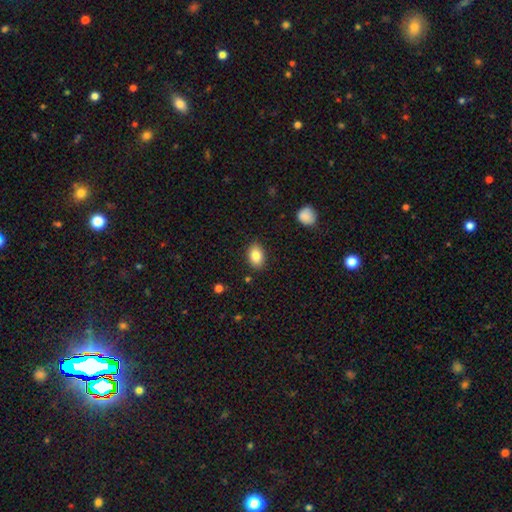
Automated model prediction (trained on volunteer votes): The model was most divided on "how rounded": in between: 84%, round: 14%, cigar-shaped: 1%. More confident: merging — none (86%); smooth or featured — smooth (85%).